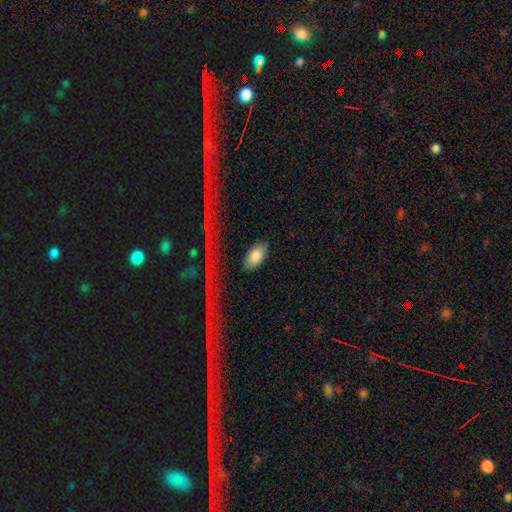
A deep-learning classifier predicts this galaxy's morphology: smooth_or_featured: smooth (p=0.82) [alt: featured or disk p=0.11]
how_rounded: in between (p=0.93) [alt: cigar-shaped p=0.04]
merging: none (p=0.80) [alt: minor disturbance p=0.13]